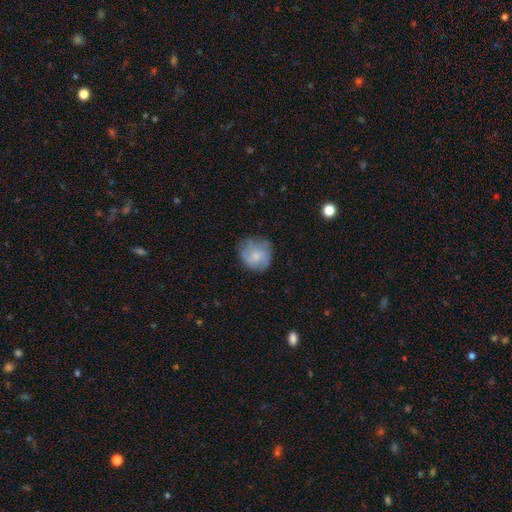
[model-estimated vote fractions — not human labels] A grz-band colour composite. It shows a smooth galaxy with no disk features (55%) that is round (86%). Merging: none (70%).